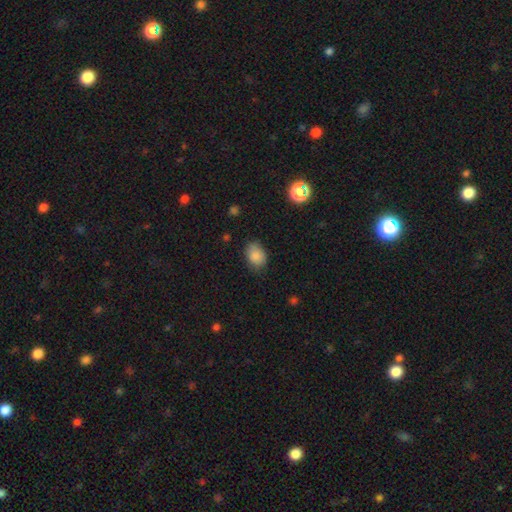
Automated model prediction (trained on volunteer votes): This is clearly a smooth galaxy (85%). How rounded: likely in between (68%). Merging: likely none (77%).